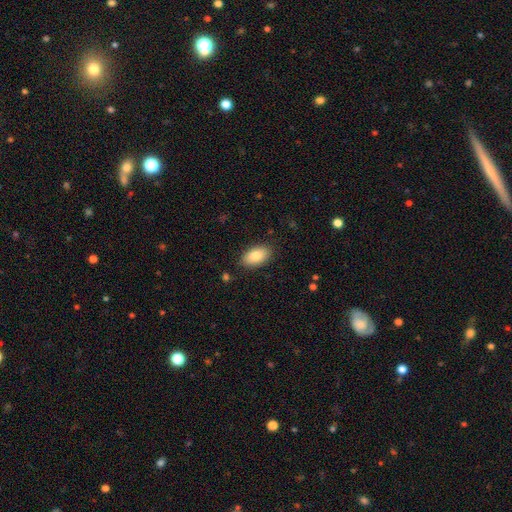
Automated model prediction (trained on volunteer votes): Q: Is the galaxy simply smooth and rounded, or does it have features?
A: smooth — 84%.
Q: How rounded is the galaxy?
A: in between — 93%.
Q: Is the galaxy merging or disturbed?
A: none — 86%.